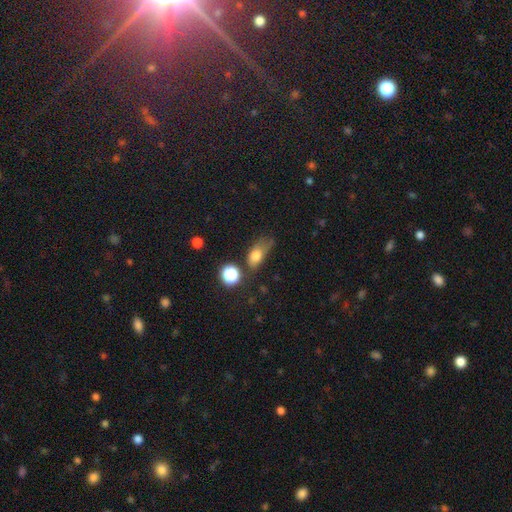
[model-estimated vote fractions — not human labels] smooth-or-featured: smooth: 76% | star or artifact: 12% | featured or disk: 11%
  how-rounded: in between: 75% | round: 19% | cigar-shaped: 6%
  merging: none: 37% | minor disturbance: 34% | major disturbance: 21% | merger: 8%